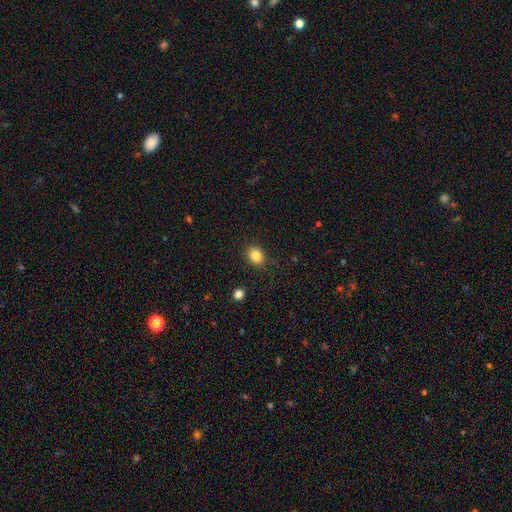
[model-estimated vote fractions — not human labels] Smooth or featured? smooth (85%)
How rounded? in between (59%)
Merging? none (84%)